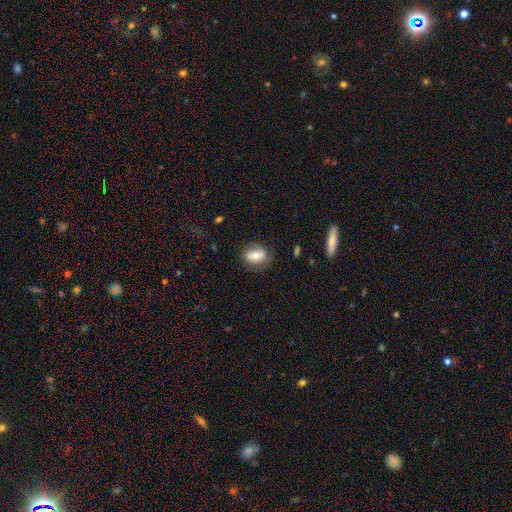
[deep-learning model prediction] Smooth or featured?
  - smooth: 53% *
  - featured or disk: 38%
  - star or artifact: 9%
How rounded?
  - in between: 61% *
  - round: 37%
  - cigar-shaped: 3%
Merging?
  - none: 71% *
  - minor disturbance: 20%
  - major disturbance: 8%
  - merger: 2%